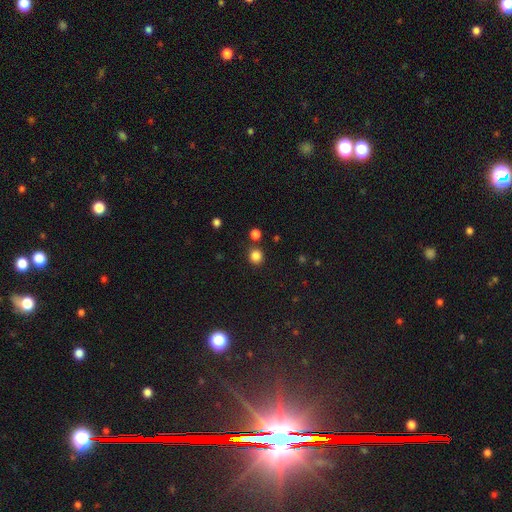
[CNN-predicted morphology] A smooth galaxy with no disk features (84%) that is round (90%).

Vote fractions:
- Smooth or featured? smooth: 84% / star or artifact: 12% / featured or disk: 4%
- How rounded? round: 90% / in between: 9% / cigar-shaped: 1%
- Merging? none: 84% / minor disturbance: 7% / merger: 6% / major disturbance: 3%